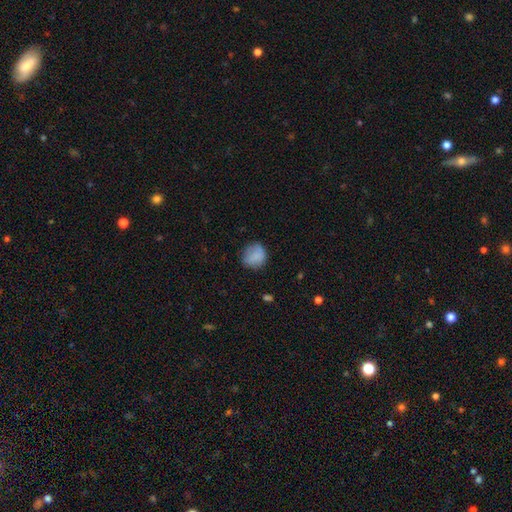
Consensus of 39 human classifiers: Smooth or featured?
  - smooth: 90% *
  - featured or disk: 5%
  - star or artifact: 5%
How rounded?
  - round: 69% *
  - in between: 29%
  - cigar-shaped: 3%
Merging?
  - none: 49% *
  - minor disturbance: 30%
  - major disturbance: 22%
  - merger: 0%